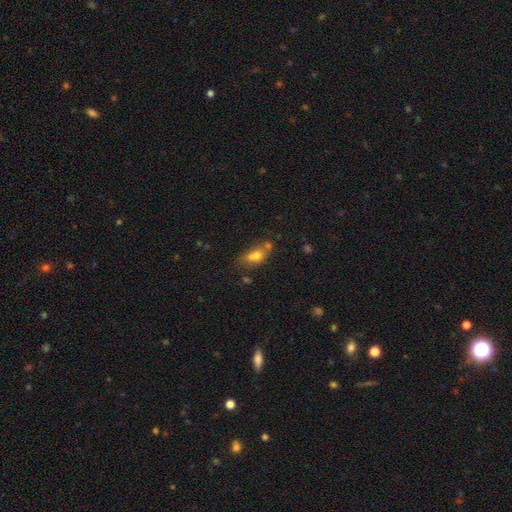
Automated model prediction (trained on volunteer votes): Smooth or featured? smooth (69%)
How rounded? in between (70%)
Merging? merger (39%)